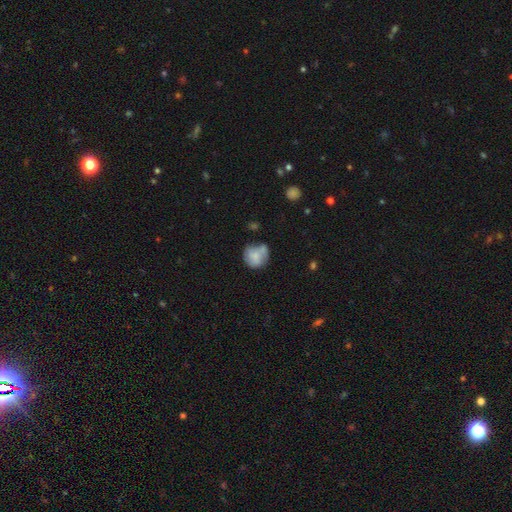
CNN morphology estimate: The model was most divided on "merging": none: 46%, minor disturbance: 26%, merger: 17%, major disturbance: 11%. More confident: how rounded — round (80%); smooth or featured — smooth (61%).